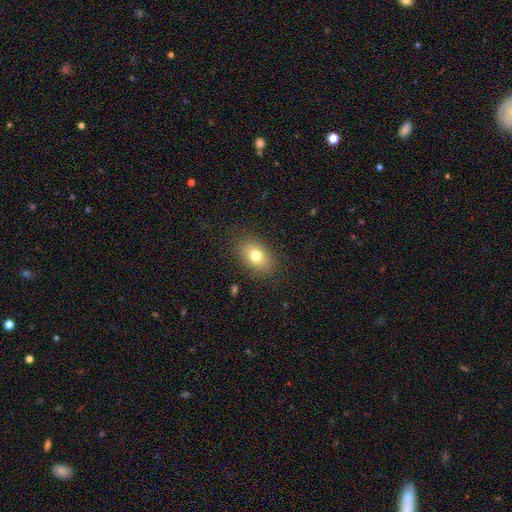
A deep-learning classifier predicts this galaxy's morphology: This appears to be a smooth galaxy with no disk features (76%) that is in between round and cigar-shaped (81%). Merging: none (85%).